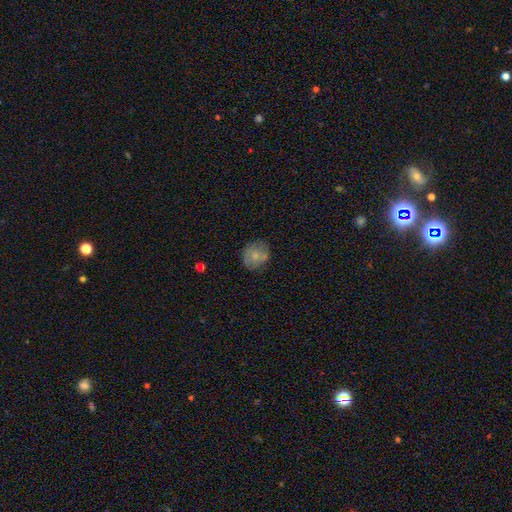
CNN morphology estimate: A smooth galaxy with no disk features (64%) that is round (73%).

Vote fractions:
- Smooth or featured? smooth: 64% / featured or disk: 28% / star or artifact: 8%
- How rounded? round: 73% / in between: 26% / cigar-shaped: 1%
- Merging? none: 66% / minor disturbance: 21% / merger: 7% / major disturbance: 6%